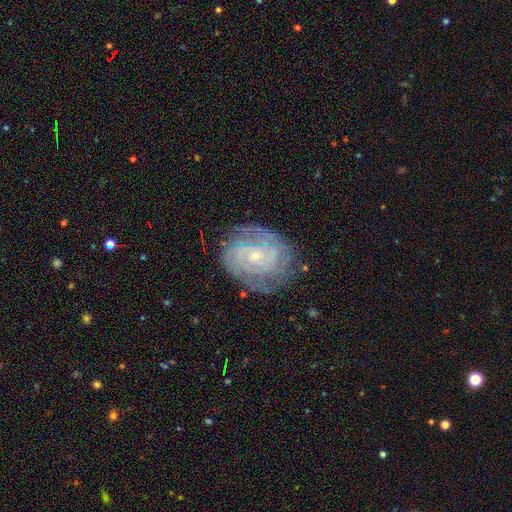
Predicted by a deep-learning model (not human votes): Overall: featured or disk (84%). Edge-on disk: no (97%). Bar: no (67%). Spiral arms: yes (96%). Spiral arm count: 2 (32%; can't tell 30%). Spiral winding: tight (72%). Bulge size: small (74%). Merging: none (77%).